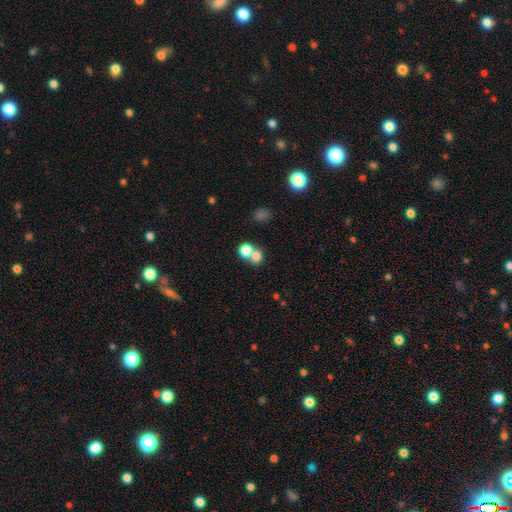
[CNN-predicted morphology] This is likely a smooth galaxy (75%). How rounded: likely round (67%). Merging: possibly merger (50%).